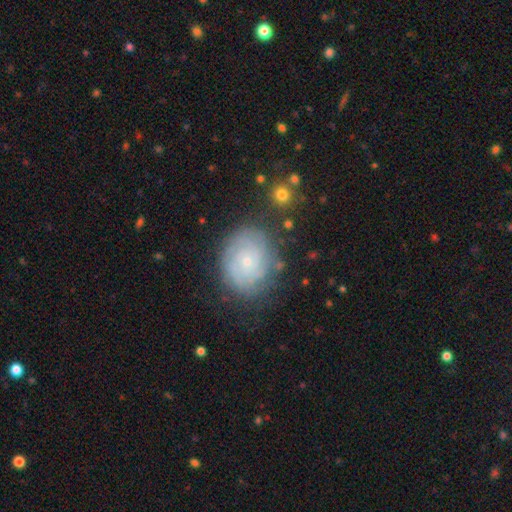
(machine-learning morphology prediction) Overall: featured or disk (80%). Edge-on disk: no (98%). Bar: no (80%). Spiral arms: yes (95%). Spiral arm count: can't tell (33%; 2 23%). Spiral winding: tight (80%). Bulge size: small (74%). Merging: none (77%).